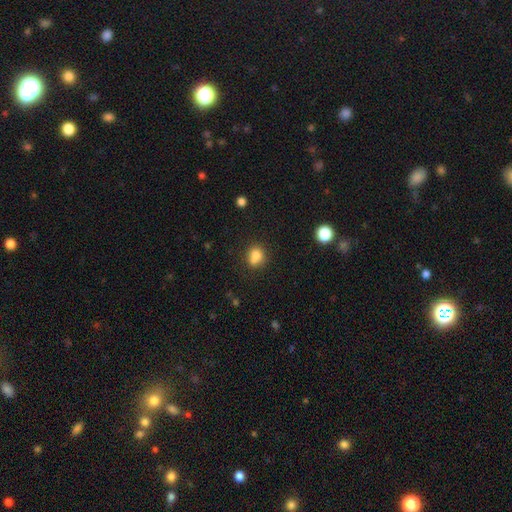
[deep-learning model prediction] This is likely a smooth galaxy (78%). How rounded: likely round (69%). Merging: possibly none (56%).